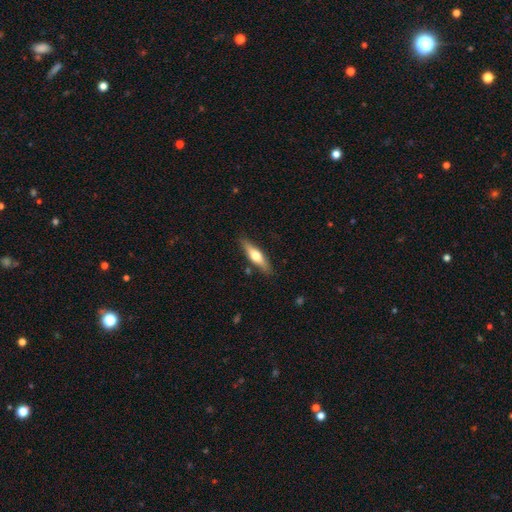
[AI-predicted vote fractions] Smooth or featured? Predicted: smooth (p=0.49). Merging? Predicted: none (p=0.85).